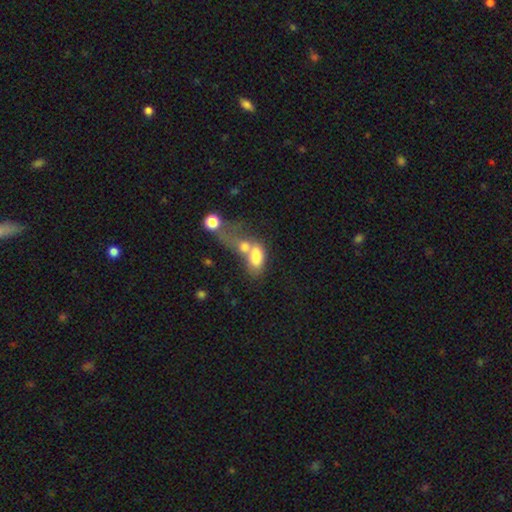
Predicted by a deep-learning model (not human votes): The model was most divided on "merging": merger: 64%, none: 15%, major disturbance: 13%, minor disturbance: 8%. More confident: how rounded — in between (86%); smooth or featured — smooth (72%).